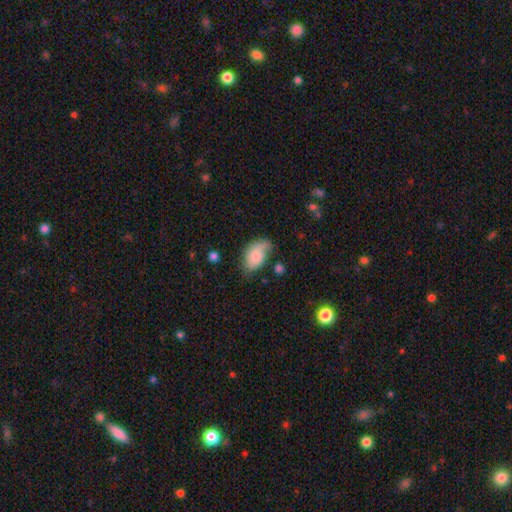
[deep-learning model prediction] Smooth or featured? Predicted: smooth (p=0.66). How rounded? Predicted: in between (p=0.90). Merging? Predicted: none (p=0.47).